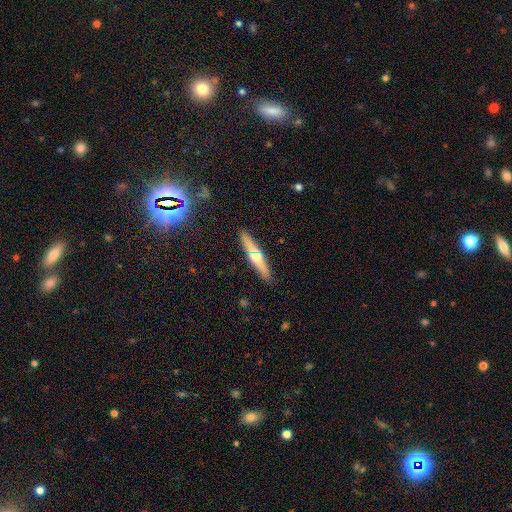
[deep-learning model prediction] Smooth or featured? Predicted: featured or disk (p=0.56). Edge-on disk? Predicted: yes (p=0.93). Edge-on bulge? Predicted: rounded (p=0.91). Merging? Predicted: none (p=0.90).